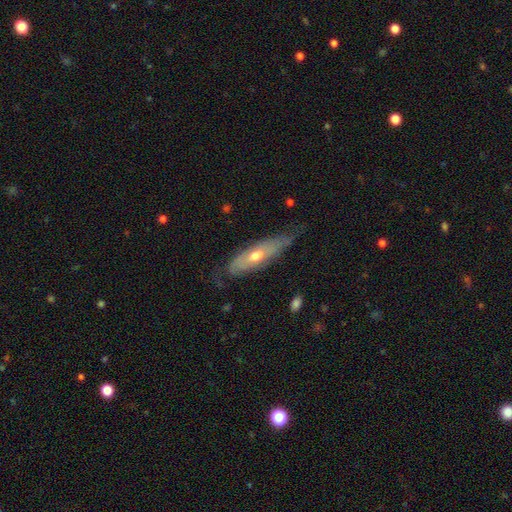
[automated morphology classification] Smooth or featured? featured or disk (57%)
Edge-on disk? no (58%)
Merging? none (60%)